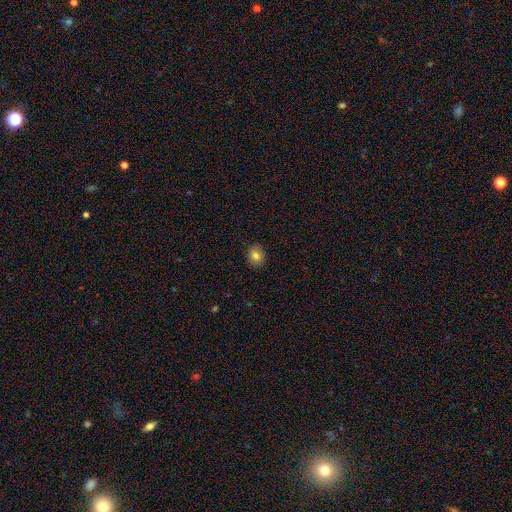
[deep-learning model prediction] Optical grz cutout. It shows a smooth galaxy with no disk features (81%) that is round (54%). Merging: none (89%).